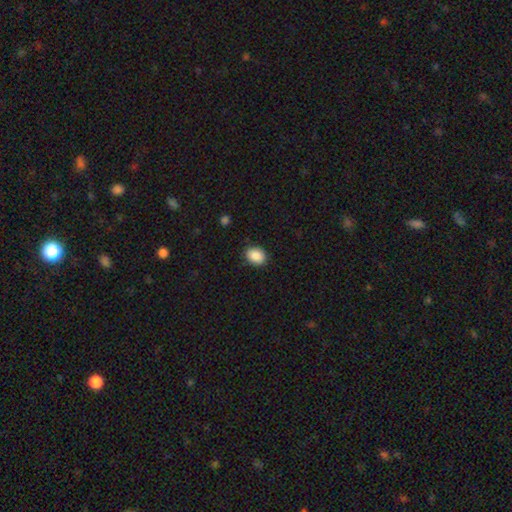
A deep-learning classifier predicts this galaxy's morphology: Smooth or featured?
  - smooth: 89% *
  - star or artifact: 8%
  - featured or disk: 4%
How rounded?
  - in between: 61% *
  - round: 39%
  - cigar-shaped: 1%
Merging?
  - none: 87% *
  - minor disturbance: 10%
  - major disturbance: 2%
  - merger: 1%